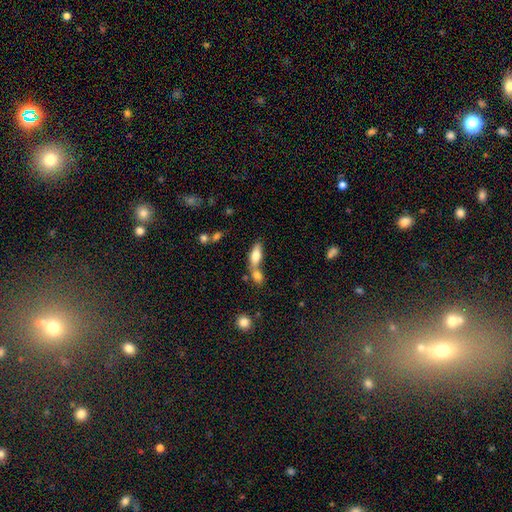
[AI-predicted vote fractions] This appears to be a smooth galaxy with no disk features (74%) that is in between round and cigar-shaped (72%). Merging: merger (50%).